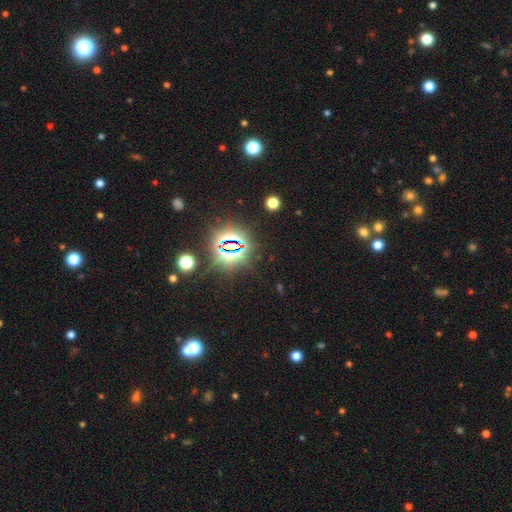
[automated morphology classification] Smooth or featured? star or artifact (81%)